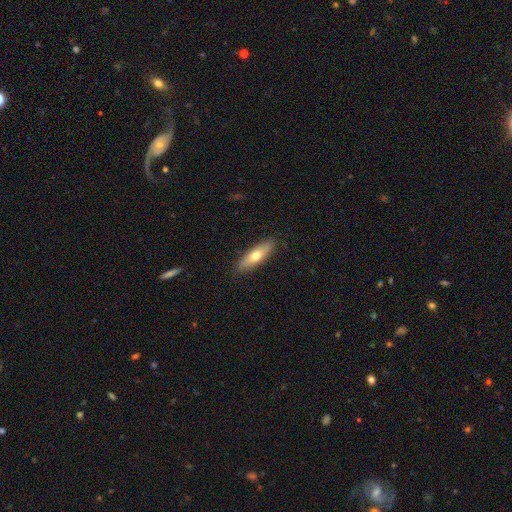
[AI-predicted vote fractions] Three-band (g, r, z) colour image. It shows a smooth galaxy with no disk features (63%) that is cigar-shaped (55%). Merging: none (89%).